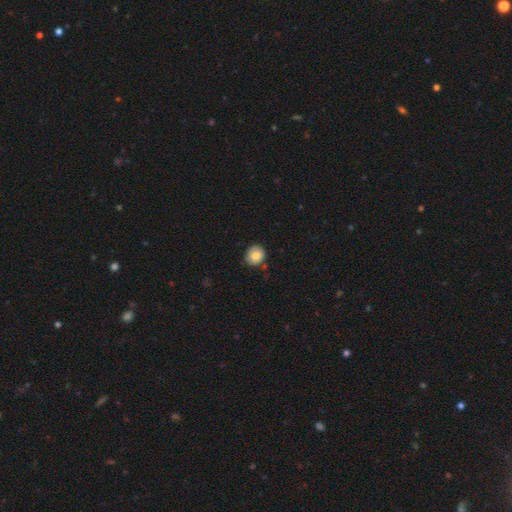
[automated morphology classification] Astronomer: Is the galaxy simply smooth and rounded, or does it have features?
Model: smooth — 79%.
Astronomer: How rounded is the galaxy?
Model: round — 83%.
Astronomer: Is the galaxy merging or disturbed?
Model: none — 81%.